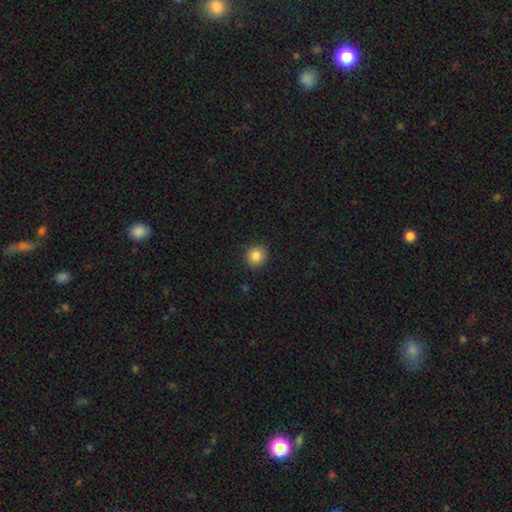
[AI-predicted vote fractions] Smooth or featured? smooth (85%)
How rounded? round (82%)
Merging? none (90%)